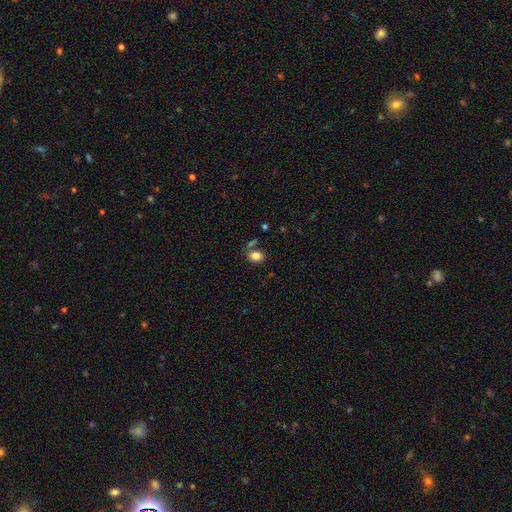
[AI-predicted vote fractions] smooth 83%, star or artifact 10%, featured or disk 7%. Down the decision tree: how rounded — in between (76%); merging — none (70%).